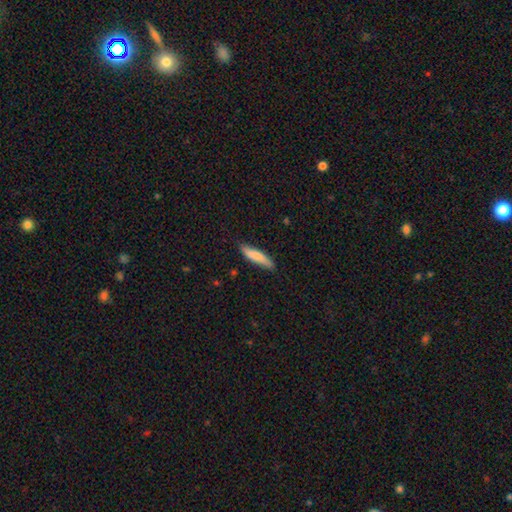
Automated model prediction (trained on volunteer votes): smooth_or_featured: smooth (p=0.79) [alt: featured or disk p=0.16]
how_rounded: cigar-shaped (p=0.80) [alt: in between p=0.18]
merging: none (p=0.79) [alt: minor disturbance p=0.17]